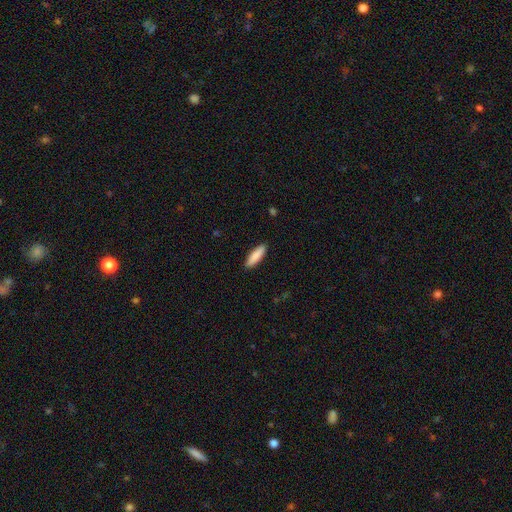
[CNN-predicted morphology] type=smooth (88%); roundness=cigar-shaped (61%); merging=none (91%).